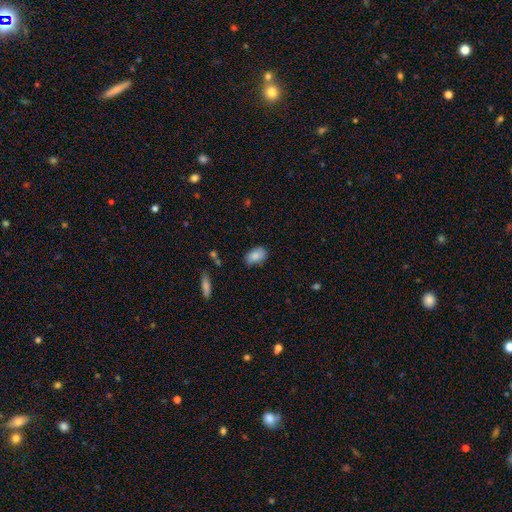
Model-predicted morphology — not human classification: This is clearly a smooth galaxy (86%). How rounded: clearly in between (90%). Merging: likely none (74%).